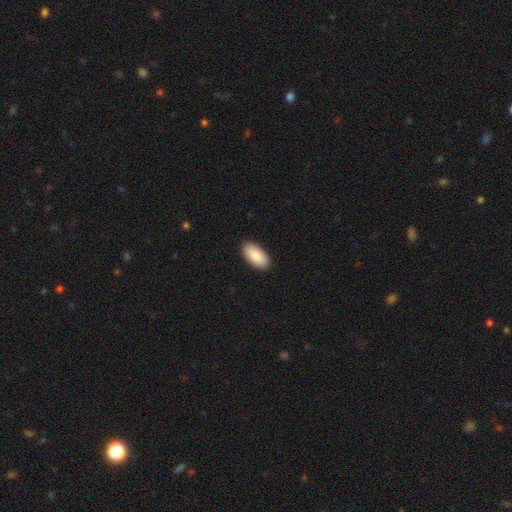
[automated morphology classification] Smooth or featured? smooth (88%)
How rounded? in between (95%)
Merging? none (90%)